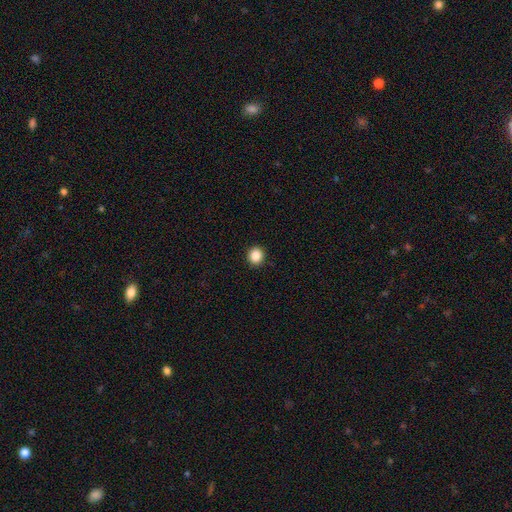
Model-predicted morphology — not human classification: Smooth or featured? smooth (87%)
How rounded? round (87%)
Merging? none (93%)